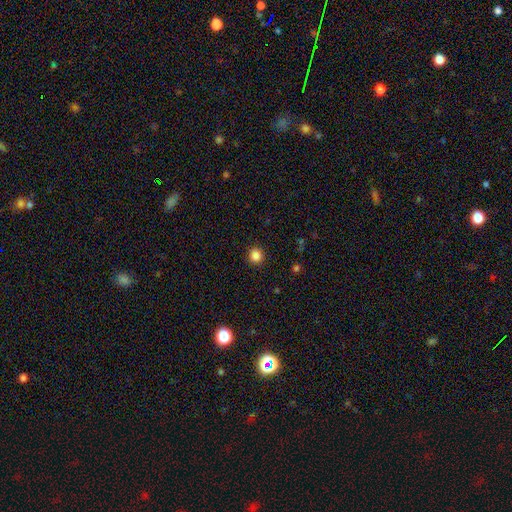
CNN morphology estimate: Smooth or featured?
  - smooth: 85% *
  - star or artifact: 12%
  - featured or disk: 3%
How rounded?
  - round: 91% *
  - in between: 8%
  - cigar-shaped: 1%
Merging?
  - none: 92% *
  - minor disturbance: 5%
  - major disturbance: 2%
  - merger: 1%